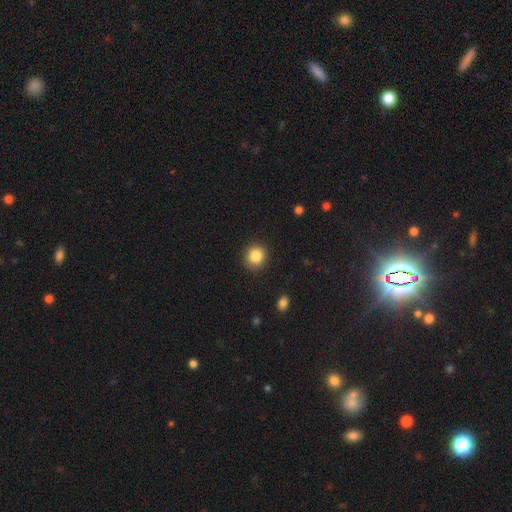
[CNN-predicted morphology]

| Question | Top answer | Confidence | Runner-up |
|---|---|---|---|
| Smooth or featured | smooth | 85% | star or artifact (10%) |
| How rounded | round | 88% | in between (11%) |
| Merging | none | 91% | minor disturbance (6%) |